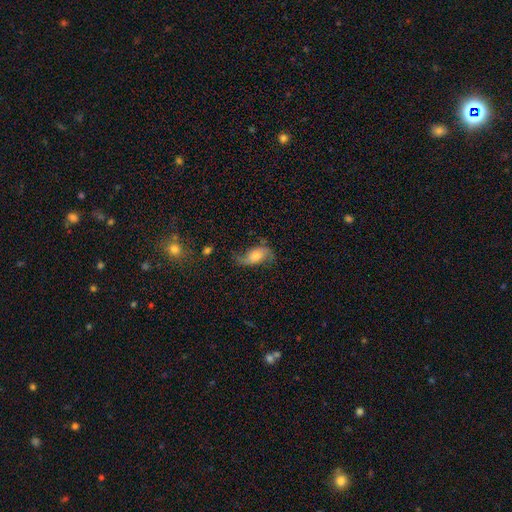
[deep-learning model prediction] Overall: featured or disk (59%; smooth 31%). Edge-on disk: no (93%). Bar: no (65%; weak 27%). Spiral arms: yes (88%). Bulge size: moderate (46%; small 26%). Merging: none (55%; minor disturbance 24%).